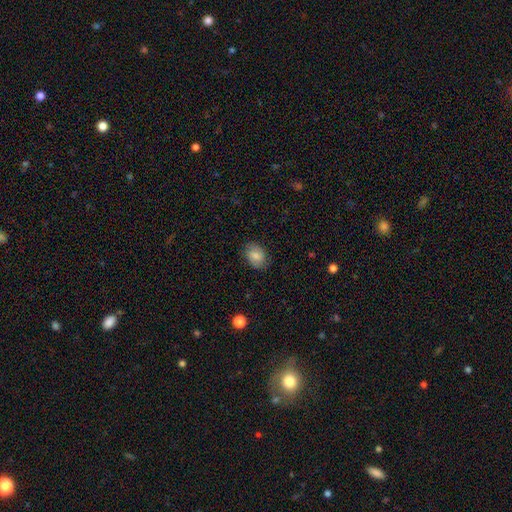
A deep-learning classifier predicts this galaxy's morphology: A smooth galaxy with no disk features (79%) that is in between round and cigar-shaped (71%).

Vote fractions:
- Smooth or featured? smooth: 79% / featured or disk: 13% / star or artifact: 8%
- How rounded? in between: 71% / round: 28% / cigar-shaped: 1%
- Merging? none: 82% / minor disturbance: 13% / major disturbance: 3% / merger: 1%